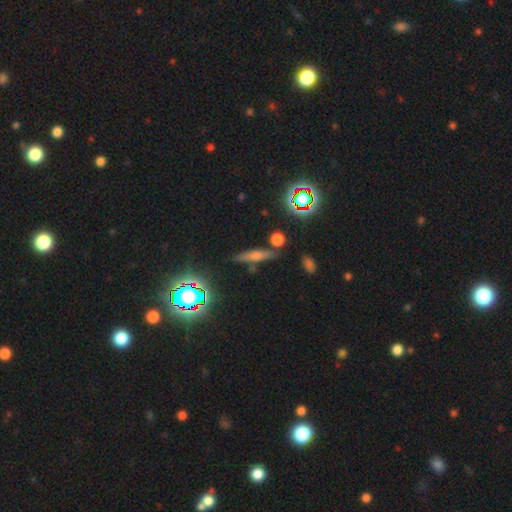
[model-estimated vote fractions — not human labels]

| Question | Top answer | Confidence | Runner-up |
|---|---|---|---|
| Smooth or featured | featured or disk | 42% | smooth (31%) |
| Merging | none | 81% | minor disturbance (11%) |